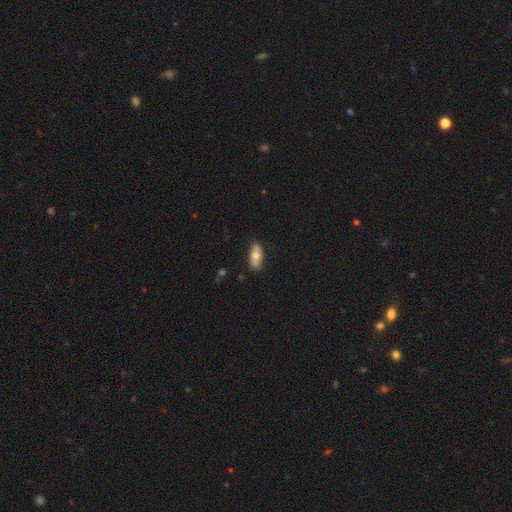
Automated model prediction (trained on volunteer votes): Smooth or featured?
  - smooth: 68% *
  - featured or disk: 25%
  - star or artifact: 6%
How rounded?
  - in between: 87% *
  - cigar-shaped: 10%
  - round: 3%
Merging?
  - none: 85% *
  - minor disturbance: 12%
  - major disturbance: 2%
  - merger: 1%